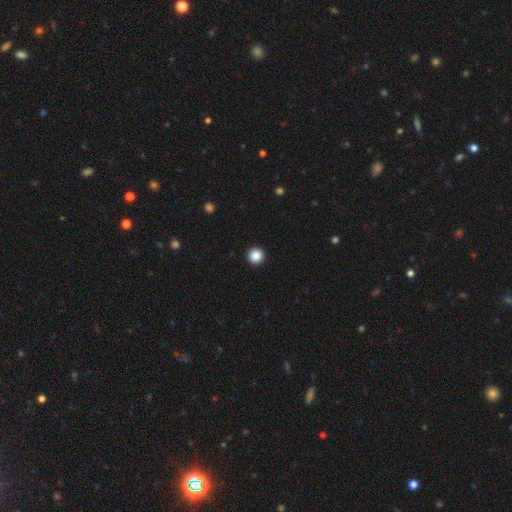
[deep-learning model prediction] Overall: smooth (87%). How rounded: round (97%). Merging: none (94%).